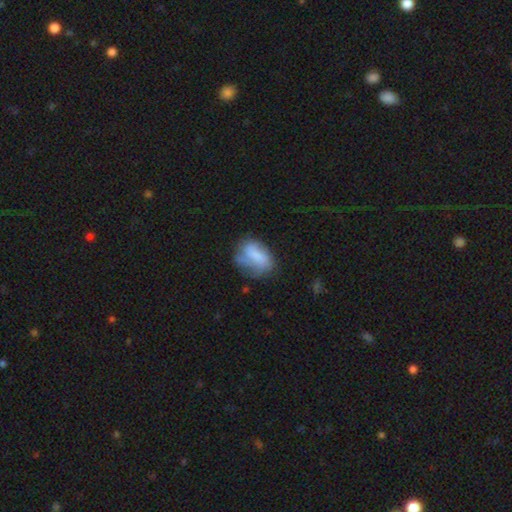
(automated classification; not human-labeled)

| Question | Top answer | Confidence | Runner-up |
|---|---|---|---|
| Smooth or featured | smooth | 62% | featured or disk (30%) |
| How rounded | in between | 79% | round (18%) |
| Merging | none | 41% | minor disturbance (32%) |